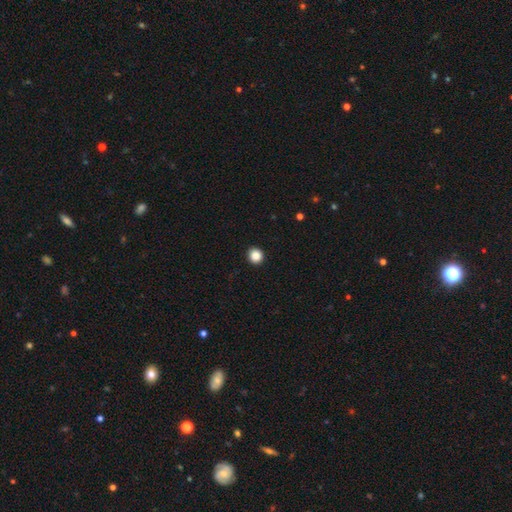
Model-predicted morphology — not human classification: The model was most divided on "smooth or featured": smooth: 87%, star or artifact: 10%, featured or disk: 3%. More confident: merging — none (93%); how rounded — round (90%).